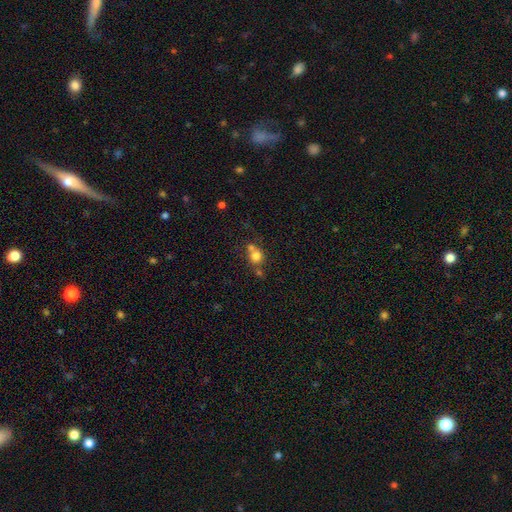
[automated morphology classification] smooth_or_featured: smooth (p=0.76) [alt: star or artifact p=0.13]
how_rounded: round (p=0.83) [alt: in between p=0.15]
merging: none (p=0.46) [alt: merger p=0.40]